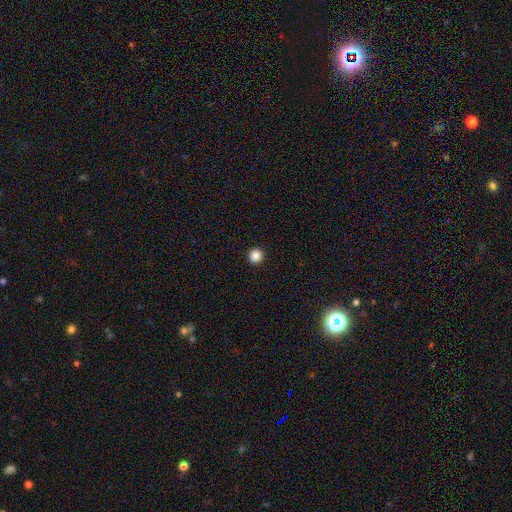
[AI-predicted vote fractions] A smooth galaxy with no disk features (87%) that is round (96%). Merging: none (94%).